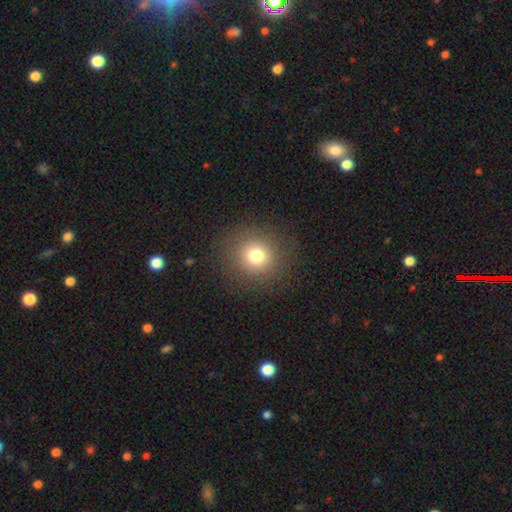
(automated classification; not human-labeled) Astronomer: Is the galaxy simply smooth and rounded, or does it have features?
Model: smooth — 76%.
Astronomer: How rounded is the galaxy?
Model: round — 91%.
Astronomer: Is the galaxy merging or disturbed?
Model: none — 88%.